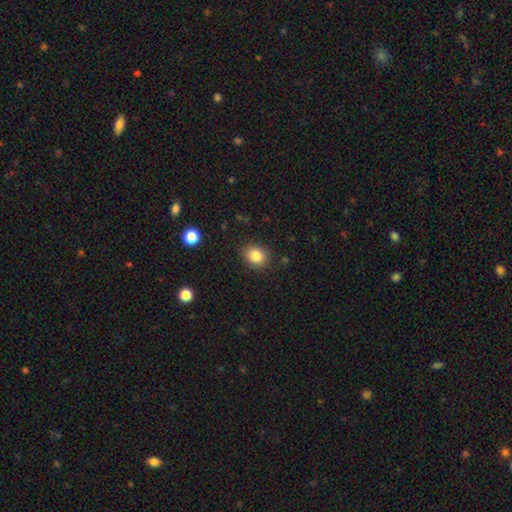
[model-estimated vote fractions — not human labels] Smooth or featured? Predicted: smooth (p=0.84). How rounded? Predicted: round (p=0.54). Merging? Predicted: none (p=0.86).